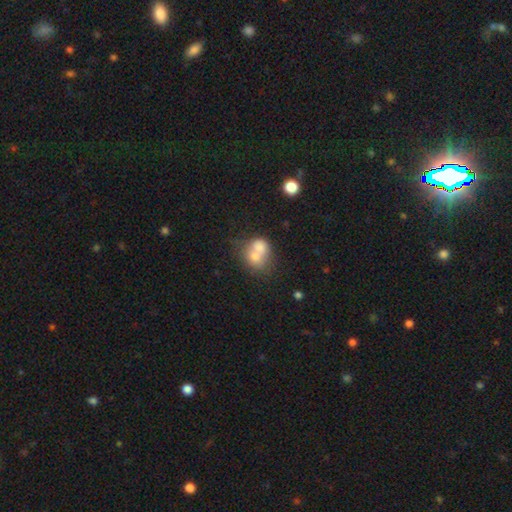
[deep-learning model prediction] This is likely a smooth galaxy (68%). How rounded: likely round (60%). Merging: likely merger (66%).